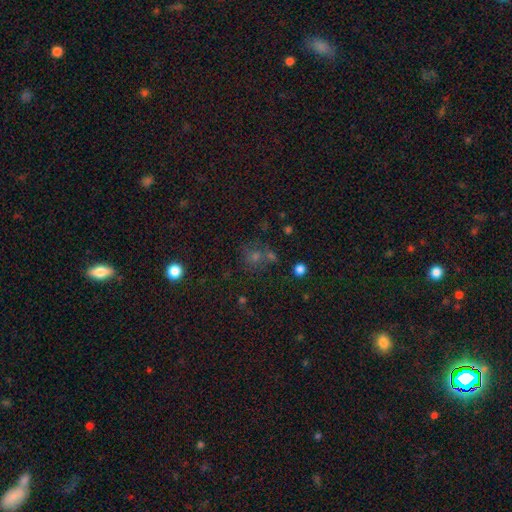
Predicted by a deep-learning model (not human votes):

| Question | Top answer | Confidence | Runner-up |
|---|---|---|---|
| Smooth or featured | smooth | 48% | star or artifact (36%) |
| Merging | none | 57% | merger (21%) |